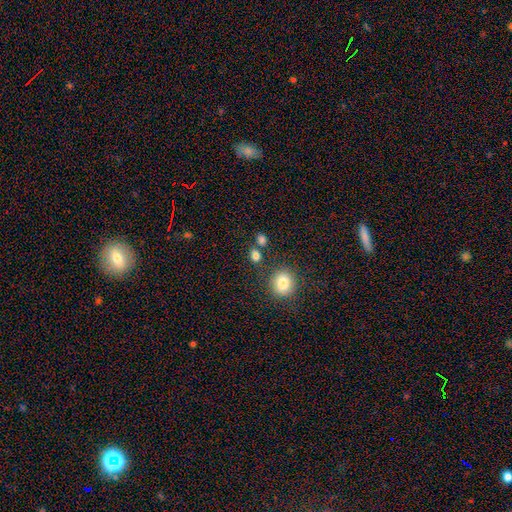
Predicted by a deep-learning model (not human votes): Smooth or featured?
  - smooth: 81% *
  - star or artifact: 13%
  - featured or disk: 6%
How rounded?
  - round: 54% *
  - in between: 44%
  - cigar-shaped: 2%
Merging?
  - none: 67% *
  - merger: 18%
  - minor disturbance: 10%
  - major disturbance: 4%